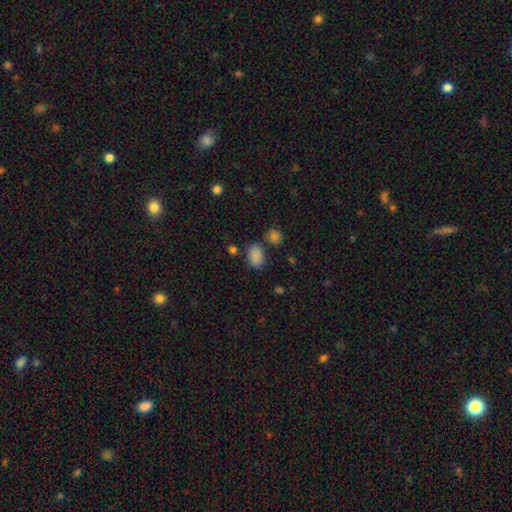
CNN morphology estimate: A smooth galaxy with no disk features (85%) that is in between round and cigar-shaped (84%). Merging: none (70%).